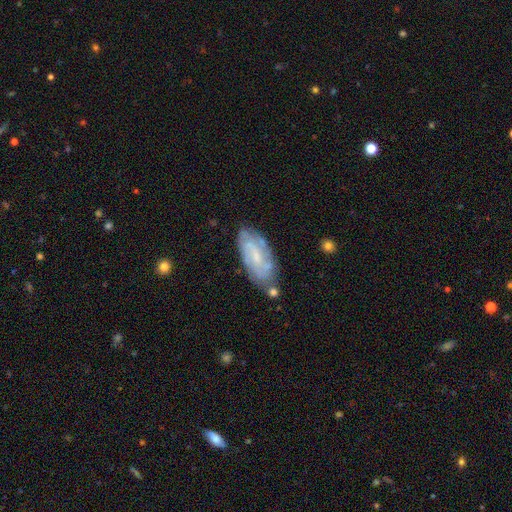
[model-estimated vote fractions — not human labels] The model was most divided on "spiral arm count": can't tell: 39%, 2: 35%, 3: 13%, 4: 6%, 1: 3%, more than 4: 3%. Remaining: edge-on disk — no (92%); spiral arms — yes (86%); merging — none (71%); smooth or featured — featured or disk (70%); bulge size — small (61%); spiral winding — tight (52%); bar — weak (46%).